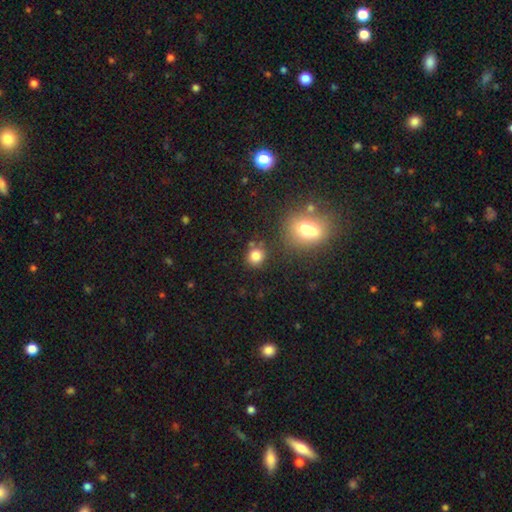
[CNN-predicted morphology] Smooth or featured? Predicted: smooth (p=0.81). How rounded? Predicted: round (p=0.83). Merging? Predicted: none (p=0.76).